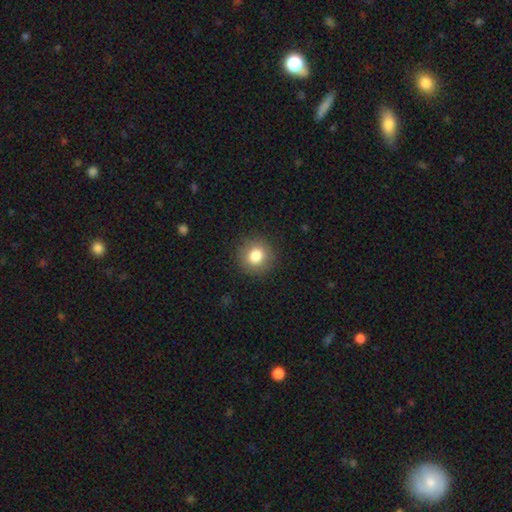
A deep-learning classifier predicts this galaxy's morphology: smooth_or_featured: smooth (p=0.82) [alt: star or artifact p=0.10]
how_rounded: round (p=0.88) [alt: in between p=0.11]
merging: none (p=0.90) [alt: minor disturbance p=0.07]